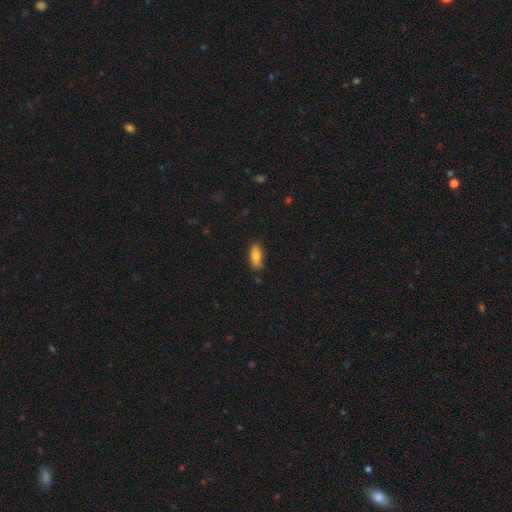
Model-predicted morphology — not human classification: The model was most divided on "how rounded": in between: 74%, cigar-shaped: 23%, round: 3%. More confident: merging — none (80%); smooth or featured — smooth (79%).